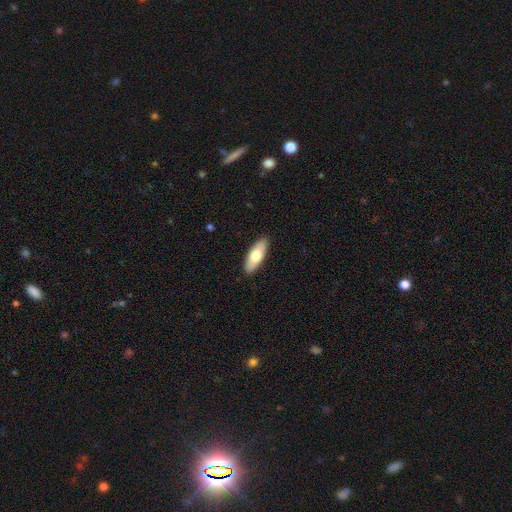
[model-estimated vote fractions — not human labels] This is likely a smooth galaxy (69%). How rounded: likely in between (68%). Merging: clearly none (90%).